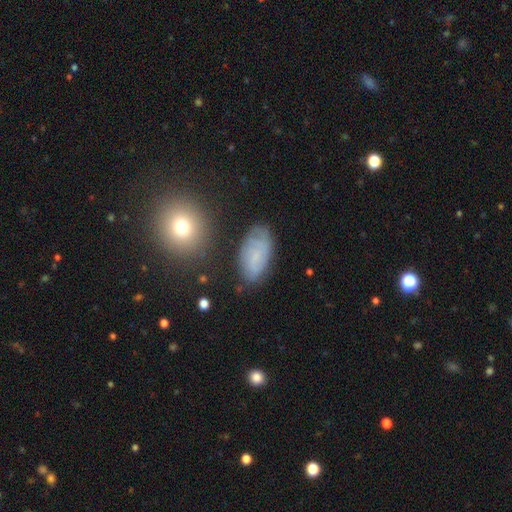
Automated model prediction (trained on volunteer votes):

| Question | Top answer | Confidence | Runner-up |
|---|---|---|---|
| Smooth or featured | featured or disk | 52% | smooth (38%) |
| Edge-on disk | no | 95% | yes (5%) |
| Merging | none | 73% | minor disturbance (19%) |